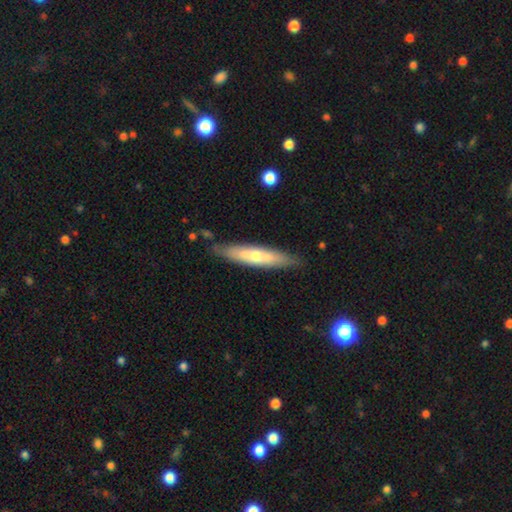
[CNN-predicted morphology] smooth_or_featured: smooth (p=0.49) [alt: featured or disk p=0.46]
merging: none (p=0.83) [alt: minor disturbance p=0.13]